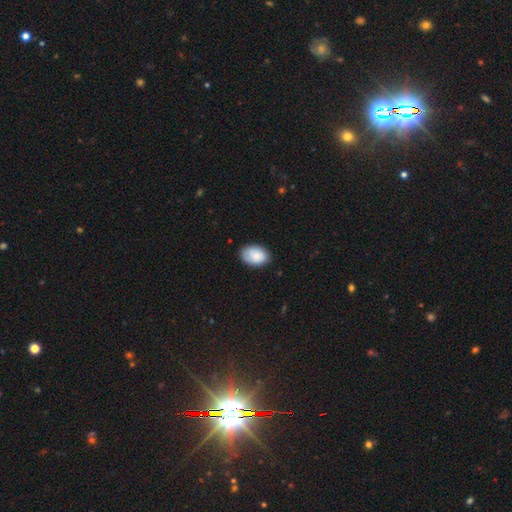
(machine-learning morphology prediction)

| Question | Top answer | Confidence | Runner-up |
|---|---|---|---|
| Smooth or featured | smooth | 83% | featured or disk (10%) |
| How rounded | in between | 86% | round (13%) |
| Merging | none | 78% | minor disturbance (18%) |